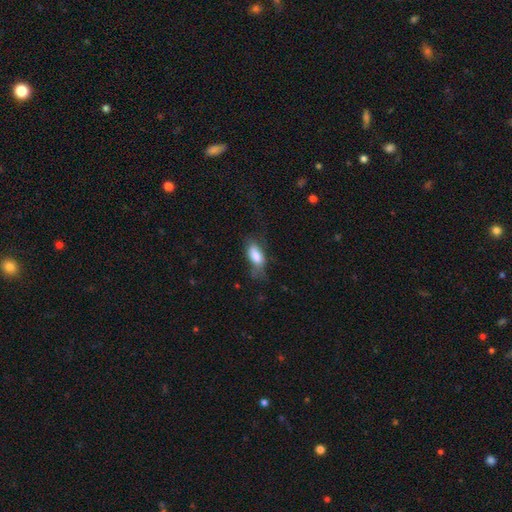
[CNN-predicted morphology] This appears to be a smooth galaxy with no disk features (78%) that is in between round and cigar-shaped (84%). Merging: none (45%).